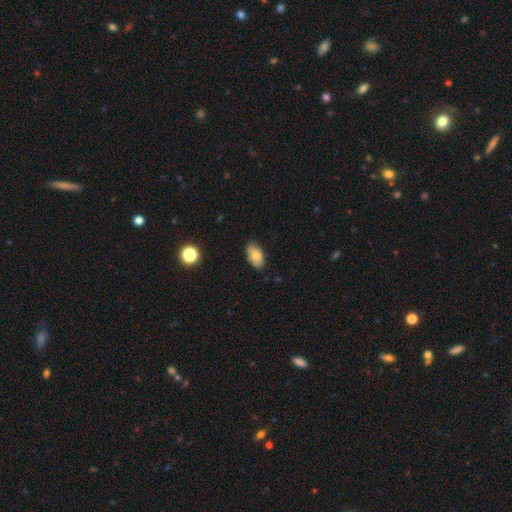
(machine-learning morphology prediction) Smooth or featured?
  - smooth: 81% *
  - featured or disk: 11%
  - star or artifact: 8%
How rounded?
  - in between: 93% *
  - round: 5%
  - cigar-shaped: 3%
Merging?
  - none: 82% *
  - minor disturbance: 14%
  - major disturbance: 2%
  - merger: 1%